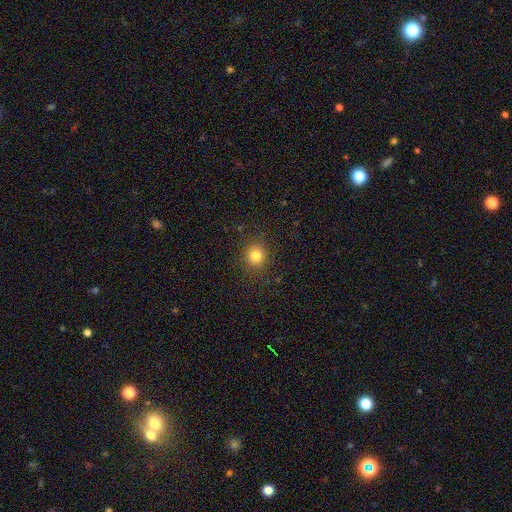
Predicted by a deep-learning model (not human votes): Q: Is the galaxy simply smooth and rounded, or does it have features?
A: smooth — 80%.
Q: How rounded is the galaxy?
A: round — 89%.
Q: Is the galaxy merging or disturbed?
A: none — 88%.